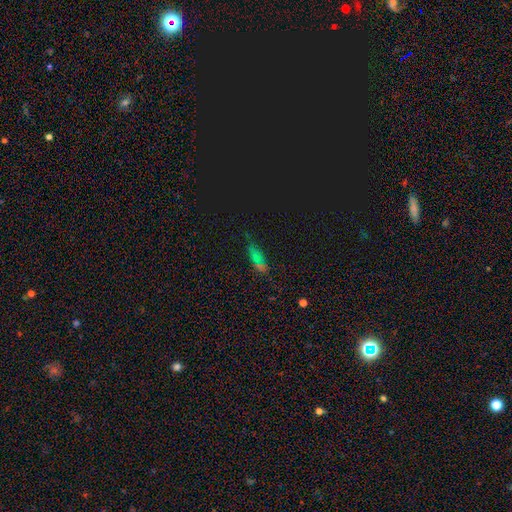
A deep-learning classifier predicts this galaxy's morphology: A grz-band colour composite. It shows a star or artifact, not a galaxy (43%, tied with smooth).